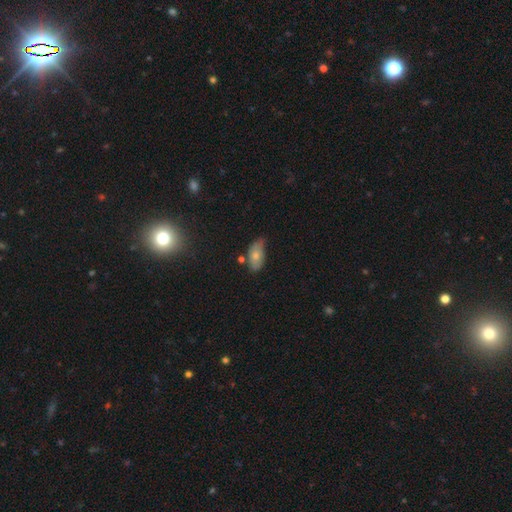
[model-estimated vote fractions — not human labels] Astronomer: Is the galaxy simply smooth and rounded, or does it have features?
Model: smooth — 70%.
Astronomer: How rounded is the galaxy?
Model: in between — 91%.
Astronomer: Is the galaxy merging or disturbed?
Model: none — 48% (runner-up: minor disturbance, 38%).